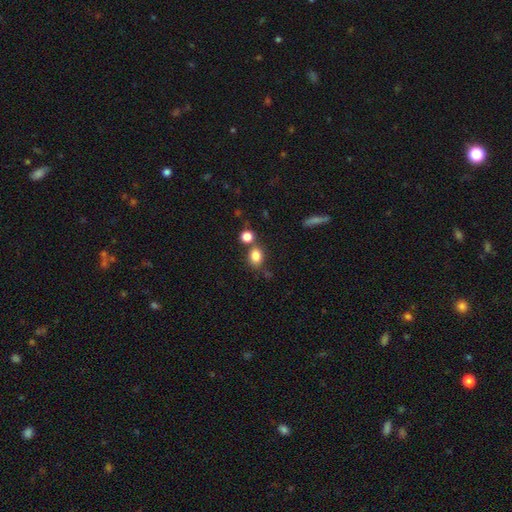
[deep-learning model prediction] This is clearly a smooth galaxy (83%). How rounded: possibly in between (53%). Merging: likely none (62%).